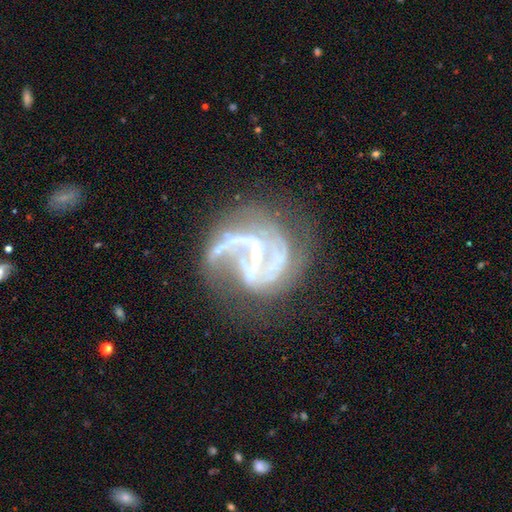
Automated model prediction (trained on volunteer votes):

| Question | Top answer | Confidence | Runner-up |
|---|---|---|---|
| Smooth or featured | featured or disk | 85% | star or artifact (9%) |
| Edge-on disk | no | 98% | yes (2%) |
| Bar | weak | 39% | no (35%) |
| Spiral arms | yes | 87% | no (13%) |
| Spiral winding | medium | 44% | loose (34%) |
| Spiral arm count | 2 | 38% | 3 (20%) |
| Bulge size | small | 73% | moderate (12%) |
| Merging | none | 40% | major disturbance (35%) |